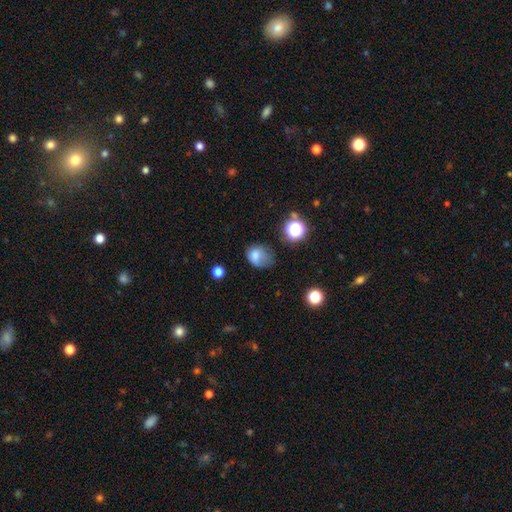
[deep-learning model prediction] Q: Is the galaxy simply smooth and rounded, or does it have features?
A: smooth — 73%.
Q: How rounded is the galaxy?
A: in between — 53%.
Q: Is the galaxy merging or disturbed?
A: minor disturbance — 36%.